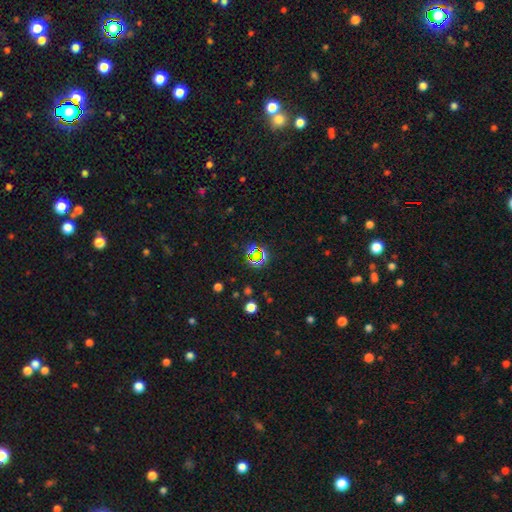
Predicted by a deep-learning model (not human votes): The model was most divided on "smooth or featured": star or artifact: 69%, smooth: 22%, featured or disk: 10%.